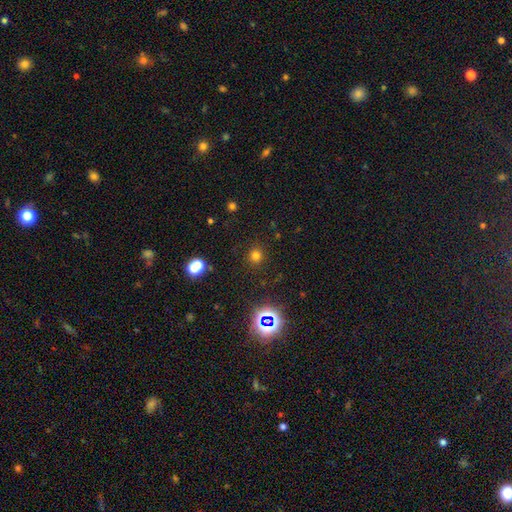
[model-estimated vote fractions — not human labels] Smooth or featured?
  - smooth: 71% *
  - star or artifact: 23%
  - featured or disk: 6%
How rounded?
  - round: 91% *
  - in between: 8%
  - cigar-shaped: 1%
Merging?
  - none: 89% *
  - minor disturbance: 6%
  - major disturbance: 3%
  - merger: 2%